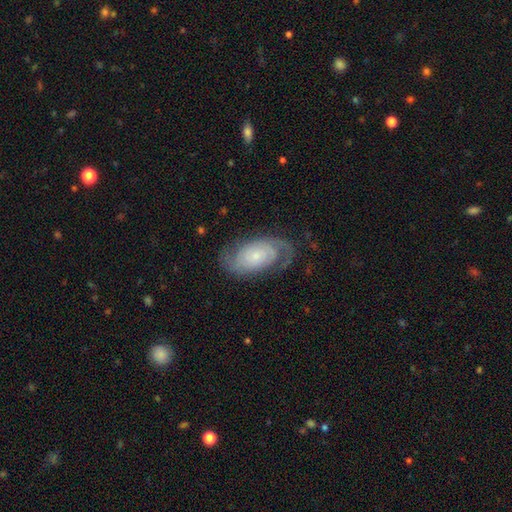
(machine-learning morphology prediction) smooth-or-featured: featured or disk: 81% | smooth: 13% | star or artifact: 6%
  disk-edge-on: no: 96% | yes: 4%
    bar: no: 73% | weak: 22% | strong: 5%
    has-spiral-arms: yes: 95% | no: 5%
      spiral-winding: tight: 49% | medium: 36% | loose: 15%
      spiral-arm-count: 2: 76% | can't tell: 12% | 1: 5% | 3: 4% | 4: 2% | more than 4: 2%
    bulge-size: small: 69% | moderate: 20% | none: 6% | large: 4% | dominant: 2%
  merging: none: 72% | minor disturbance: 17% | major disturbance: 10% | merger: 1%